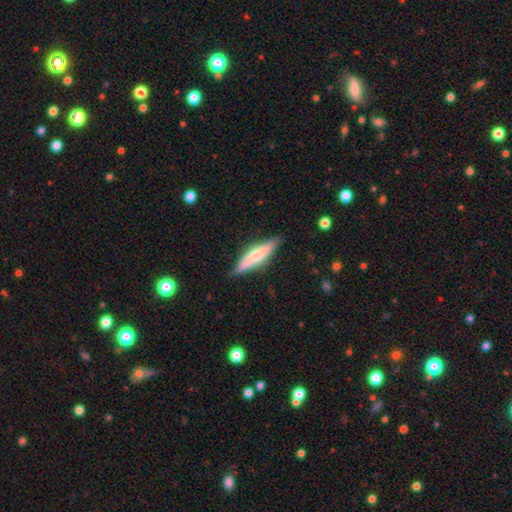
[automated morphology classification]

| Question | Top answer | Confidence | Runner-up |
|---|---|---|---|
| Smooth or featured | smooth | 49% | featured or disk (45%) |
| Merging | none | 81% | minor disturbance (15%) |